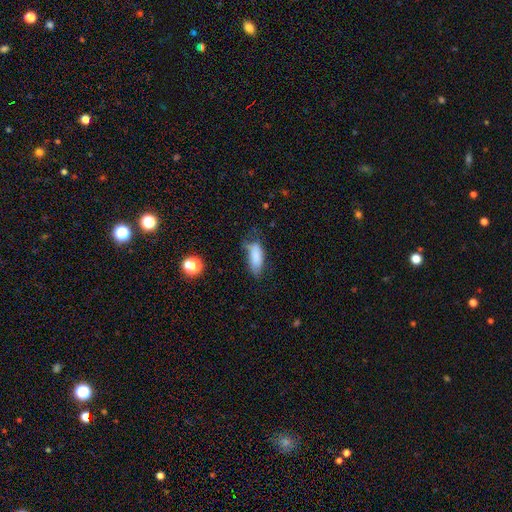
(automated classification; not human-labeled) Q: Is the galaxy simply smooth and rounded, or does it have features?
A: smooth — 81%.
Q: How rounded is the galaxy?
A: in between — 78%.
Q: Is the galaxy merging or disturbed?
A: none — 44%.